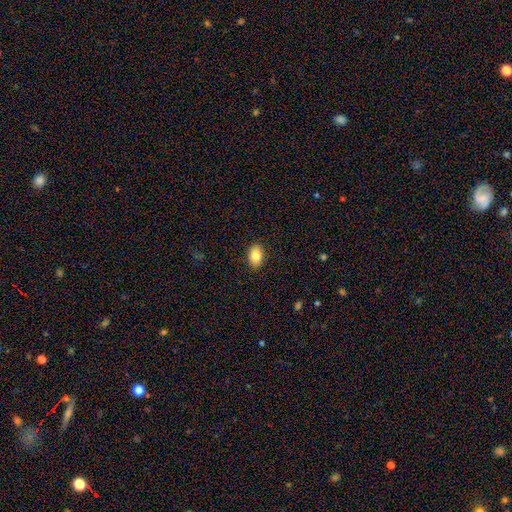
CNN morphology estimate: This is clearly a smooth galaxy (84%). How rounded: clearly in between (88%). Merging: clearly none (89%).